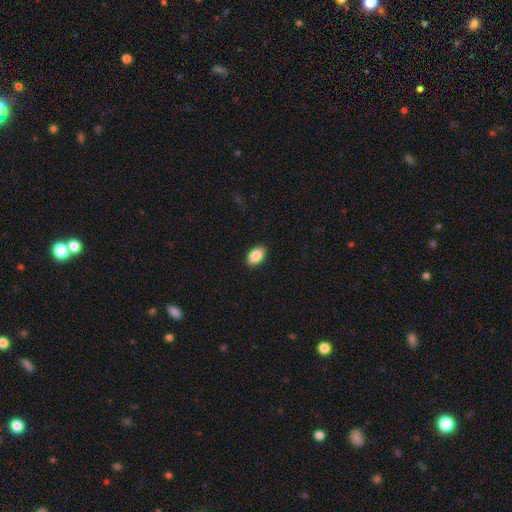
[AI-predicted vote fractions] A smooth galaxy with no disk features (87%) that is in between round and cigar-shaped (93%).

Vote fractions:
- Smooth or featured? smooth: 87% / star or artifact: 7% / featured or disk: 6%
- How rounded? in between: 93% / round: 6% / cigar-shaped: 2%
- Merging? none: 90% / minor disturbance: 7% / major disturbance: 2% / merger: 1%